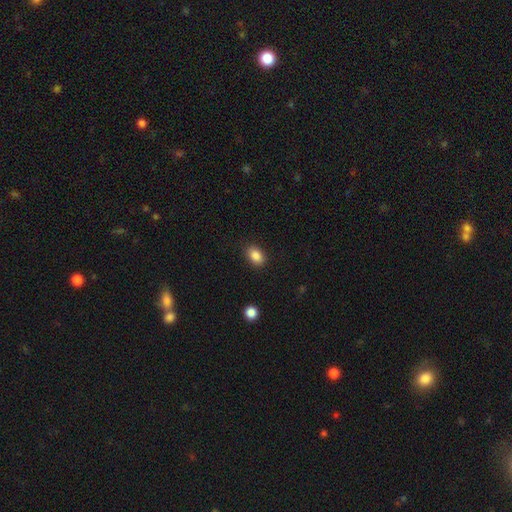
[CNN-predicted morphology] Smooth or featured?
  - smooth: 87% *
  - star or artifact: 9%
  - featured or disk: 4%
How rounded?
  - in between: 79% *
  - round: 20%
  - cigar-shaped: 1%
Merging?
  - none: 87% *
  - minor disturbance: 9%
  - major disturbance: 2%
  - merger: 1%